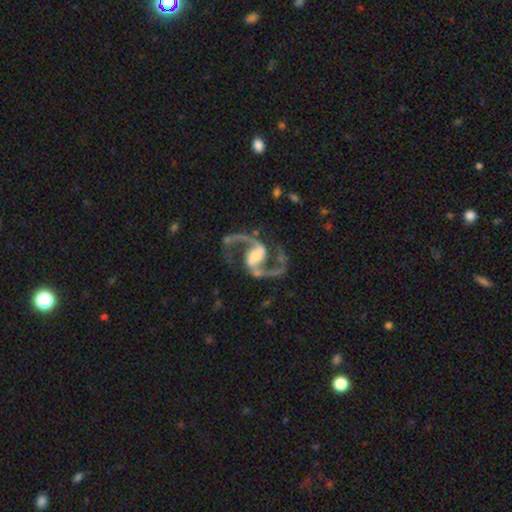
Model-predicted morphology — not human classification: This is clearly a featured or disk galaxy (94%). It is clearly not viewed edge-on (98%). Bar: possibly strong (46%). Spiral arm pattern: clearly yes (98%). Spiral arm count: clearly 2 (95%). Spiral winding: possibly medium (53%). Central bulge: marginally moderate (40%). Merging: likely none (79%).